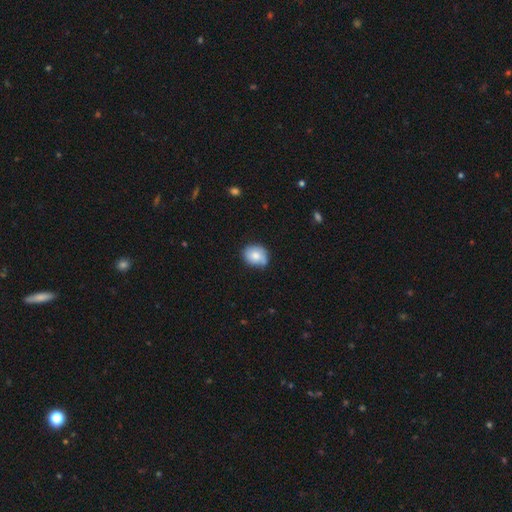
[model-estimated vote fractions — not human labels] smooth 74%, featured or disk 18%, star or artifact 8%. Down the decision tree: how rounded — round (61%); merging — none (64%).